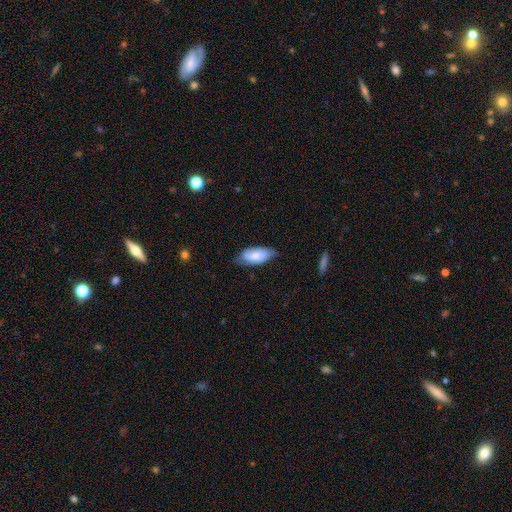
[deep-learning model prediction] This is likely a smooth galaxy (66%). How rounded: clearly in between (90%). Merging: possibly none (54%).